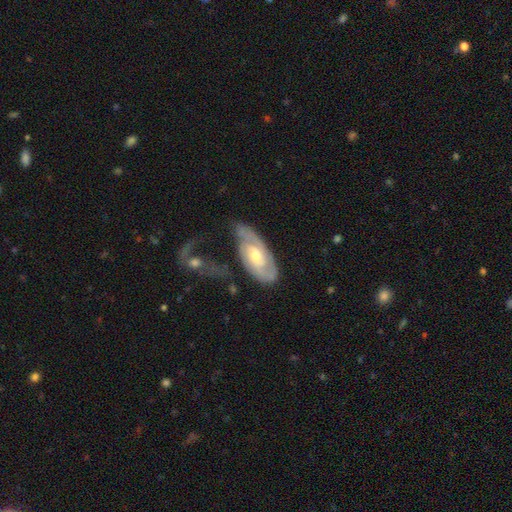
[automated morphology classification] A featured or disk galaxy (78%) with no bar (55%), 2 (56%) tight (56%) spiral arms (91%) and a moderate central bulge (61%). Merging: none (56%).